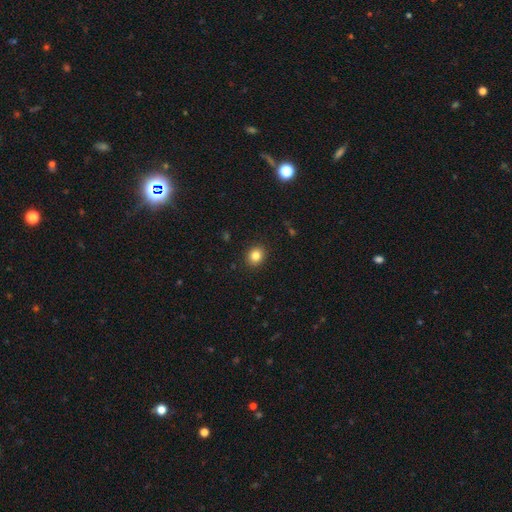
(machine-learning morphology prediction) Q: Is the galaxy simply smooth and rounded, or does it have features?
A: smooth — 84%.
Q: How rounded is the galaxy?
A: round — 74%.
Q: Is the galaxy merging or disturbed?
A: none — 91%.